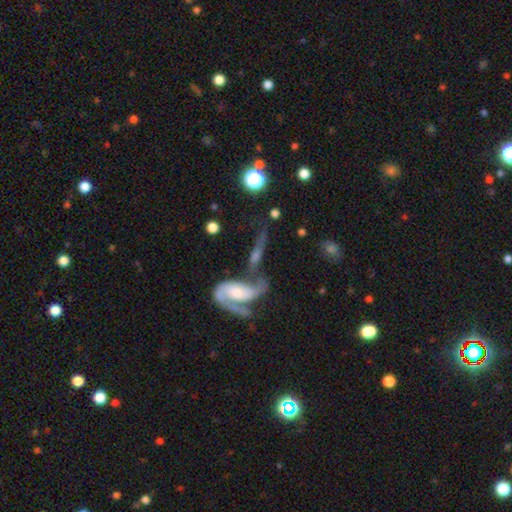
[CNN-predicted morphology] Smooth or featured? featured or disk (68%)
Edge-on disk? no (79%)
Bar? no (53%)
Spiral arms? yes (83%)
Bulge size? moderate (41%)
Merging? merger (46%)